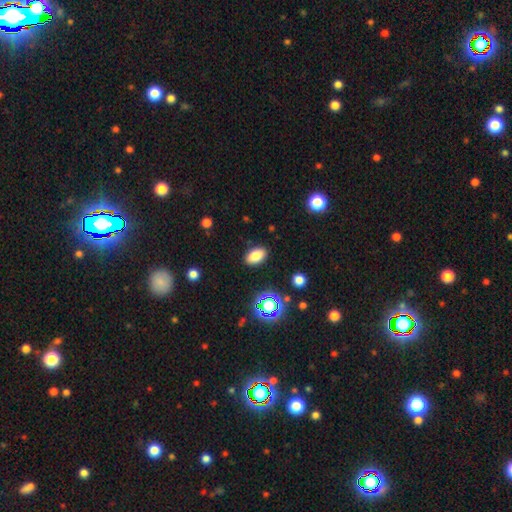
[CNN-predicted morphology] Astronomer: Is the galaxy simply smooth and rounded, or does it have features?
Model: smooth — 80%.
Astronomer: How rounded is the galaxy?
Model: in between — 90%.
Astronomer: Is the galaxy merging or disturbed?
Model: none — 87%.